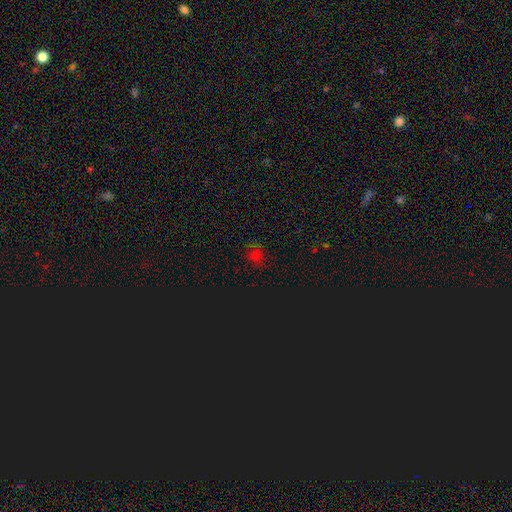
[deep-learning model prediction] smooth-or-featured: smooth: 48% | star or artifact: 43% | featured or disk: 8%
  merging: none: 75% | minor disturbance: 17% | major disturbance: 6% | merger: 2%